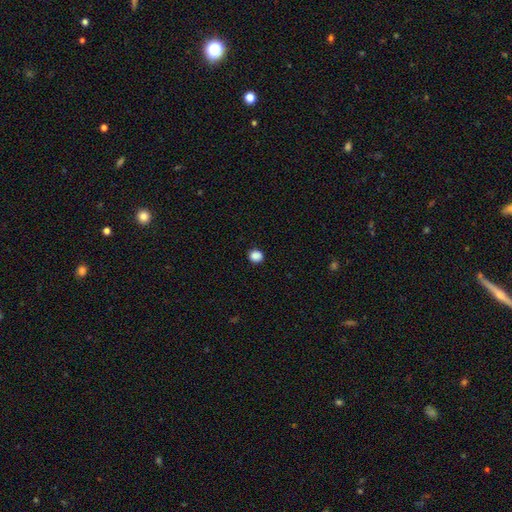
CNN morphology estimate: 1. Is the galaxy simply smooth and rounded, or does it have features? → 87% smooth, 11% star or artifact, 3% featured or disk.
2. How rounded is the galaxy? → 86% round, 13% in between, 1% cigar-shaped.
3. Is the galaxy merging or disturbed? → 90% none, 7% minor disturbance, 2% major disturbance, 1% merger.